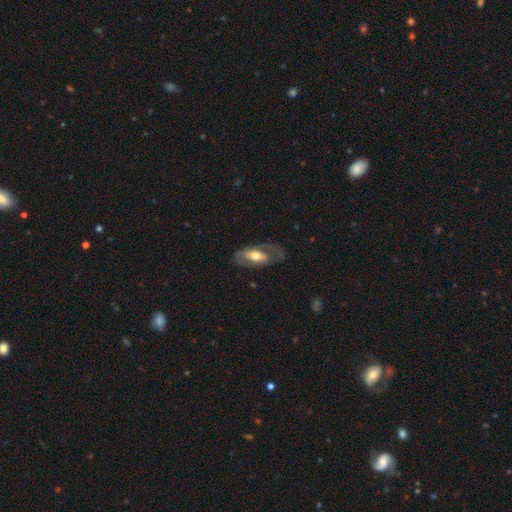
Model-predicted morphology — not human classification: Smooth or featured? Predicted: featured or disk (p=0.61). Edge-on disk? Predicted: no (p=0.87). Bar? Predicted: no (p=0.52). Spiral arms? Predicted: no (p=0.50, tied with yes). Bulge size? Predicted: moderate (p=0.68). Merging? Predicted: none (p=0.61).